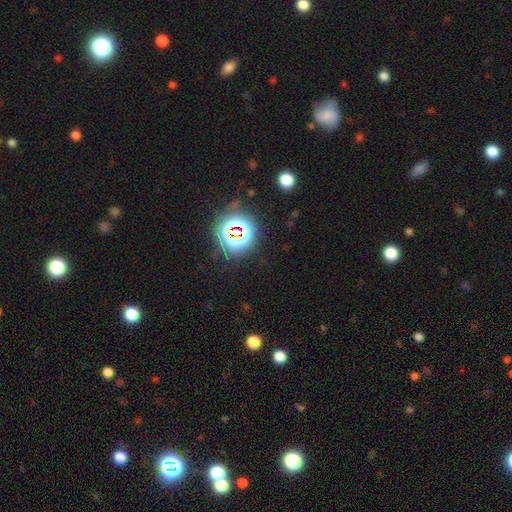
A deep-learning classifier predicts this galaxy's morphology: Smooth or featured?
  - star or artifact: 78% *
  - smooth: 14%
  - featured or disk: 8%